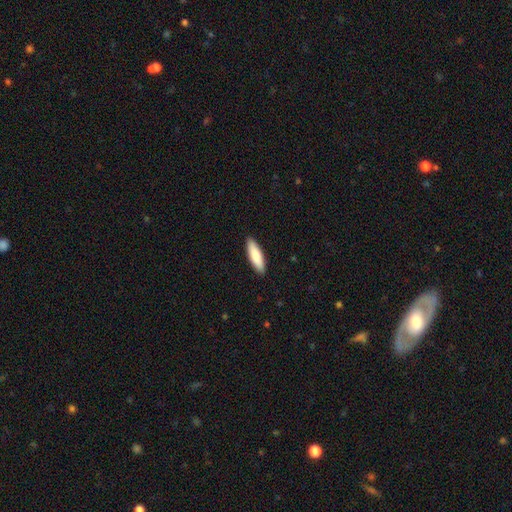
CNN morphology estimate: Q: Smooth or featured?
A: smooth (80%); runner-up: featured or disk (15%)
Q: How rounded?
A: cigar-shaped (53%); runner-up: in between (45%)
Q: Merging?
A: none (90%); runner-up: minor disturbance (7%)